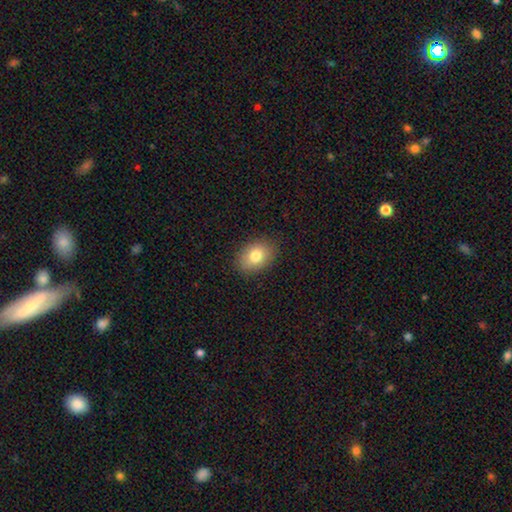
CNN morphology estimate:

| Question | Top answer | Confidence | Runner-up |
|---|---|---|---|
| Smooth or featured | smooth | 80% | featured or disk (11%) |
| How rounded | in between | 75% | round (24%) |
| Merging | none | 86% | minor disturbance (10%) |